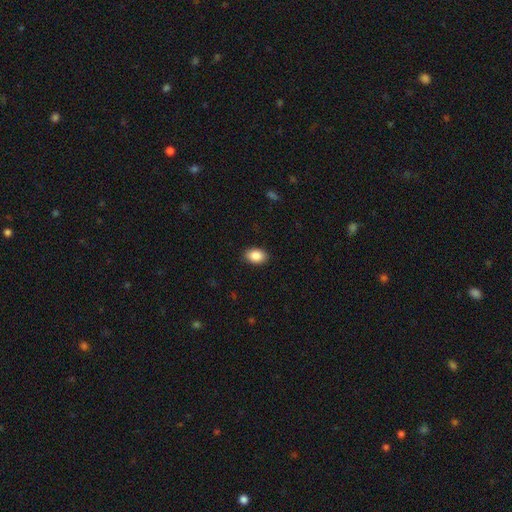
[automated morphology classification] Smooth or featured: smooth — 88% (star or artifact — 7%)
How rounded: in between — 83% (round — 16%)
Merging: none — 90% (minor disturbance — 8%)